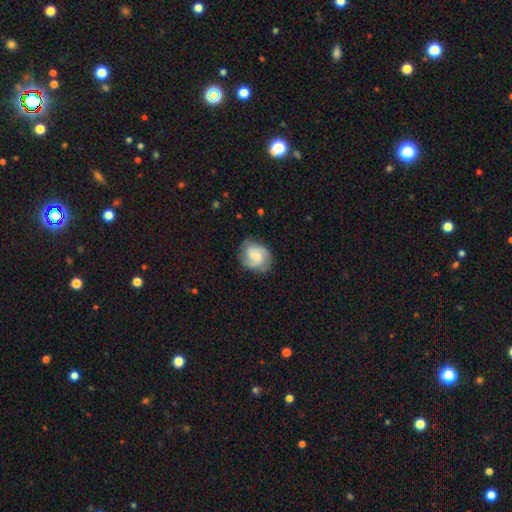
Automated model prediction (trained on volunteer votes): featured or disk 76%, smooth 18%, star or artifact 6%. Down the decision tree: edge-on disk — no (98%); bar — weak (48%); spiral arms — yes (96%); spiral arm count — 2 (61%); spiral winding — medium (48%); bulge size — small (47%); merging — none (78%).